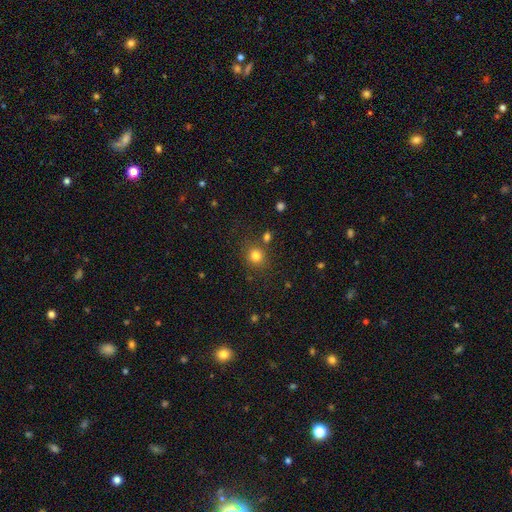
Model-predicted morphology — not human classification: Smooth or featured? Predicted: smooth (p=0.80). How rounded? Predicted: round (p=0.82). Merging? Predicted: none (p=0.78).